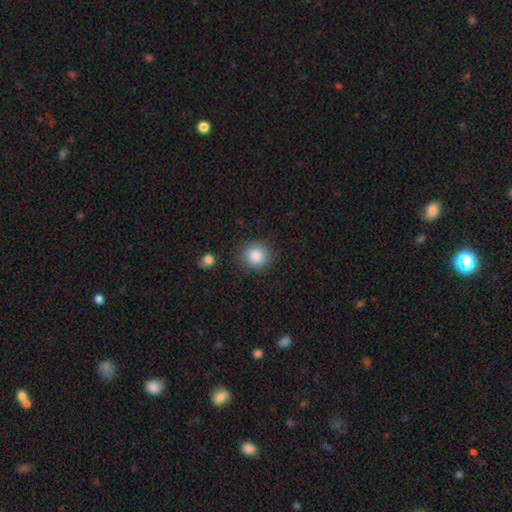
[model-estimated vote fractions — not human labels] Smooth or featured? Predicted: smooth (p=0.87). How rounded? Predicted: round (p=0.89). Merging? Predicted: none (p=0.85).